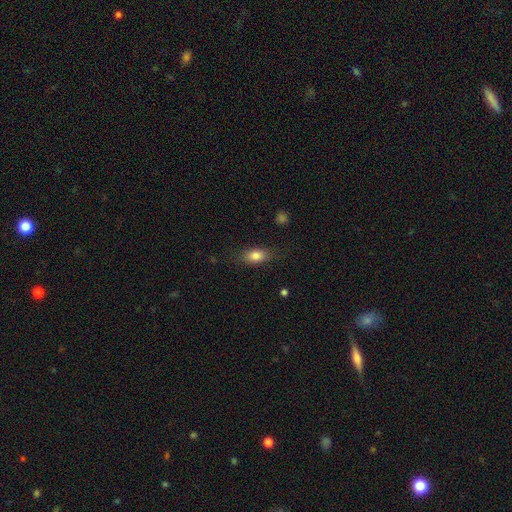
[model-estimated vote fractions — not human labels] A smooth galaxy with no disk features (81%) that is in between round and cigar-shaped (83%). Merging: none (79%).